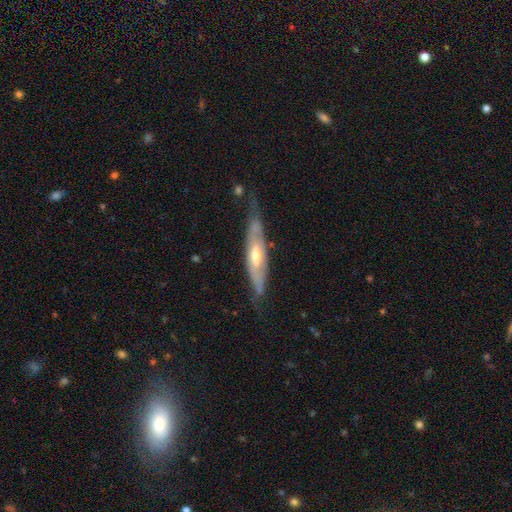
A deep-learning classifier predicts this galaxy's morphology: A featured or disk galaxy (72%) viewed edge-on (52%).

Vote fractions:
- Smooth or featured? featured or disk: 72% / smooth: 23% / star or artifact: 5%
- Edge-on disk? yes: 52% / no: 48%
- Merging? none: 59% / minor disturbance: 28% / major disturbance: 11% / merger: 3%